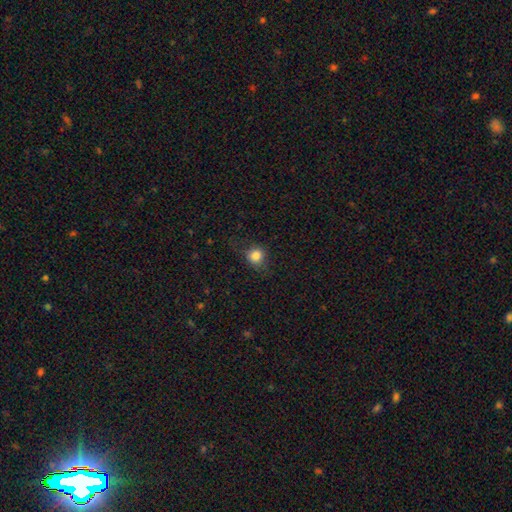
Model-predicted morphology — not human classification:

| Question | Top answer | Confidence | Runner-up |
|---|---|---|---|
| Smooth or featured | smooth | 82% | star or artifact (11%) |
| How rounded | round | 82% | in between (17%) |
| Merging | none | 71% | minor disturbance (19%) |